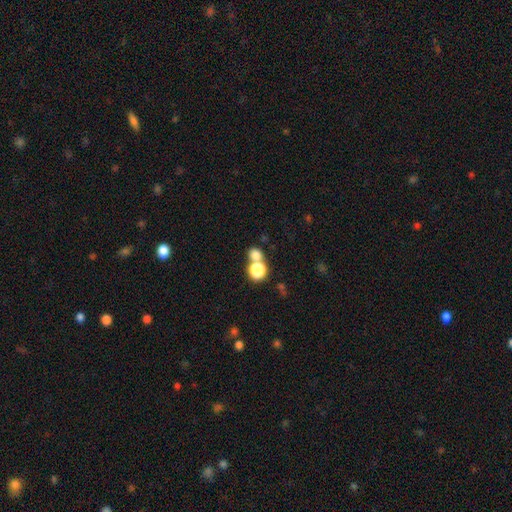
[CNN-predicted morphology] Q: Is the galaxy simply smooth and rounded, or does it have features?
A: smooth — 74%.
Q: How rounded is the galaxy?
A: round — 75%.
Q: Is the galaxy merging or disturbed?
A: none — 48%.